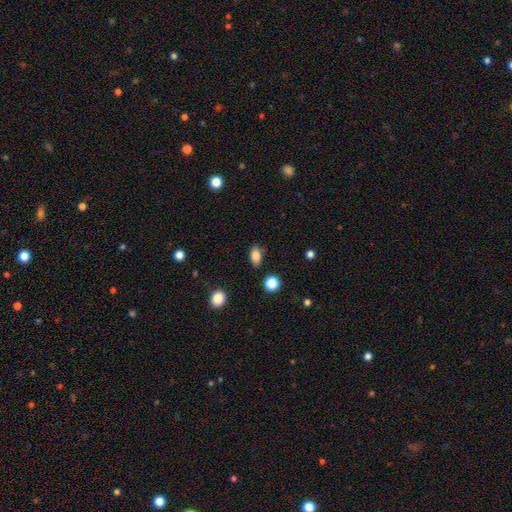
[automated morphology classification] smooth-or-featured: smooth: 84% | star or artifact: 10% | featured or disk: 7%
  how-rounded: in between: 84% | round: 13% | cigar-shaped: 2%
  merging: none: 80% | minor disturbance: 14% | major disturbance: 3% | merger: 3%